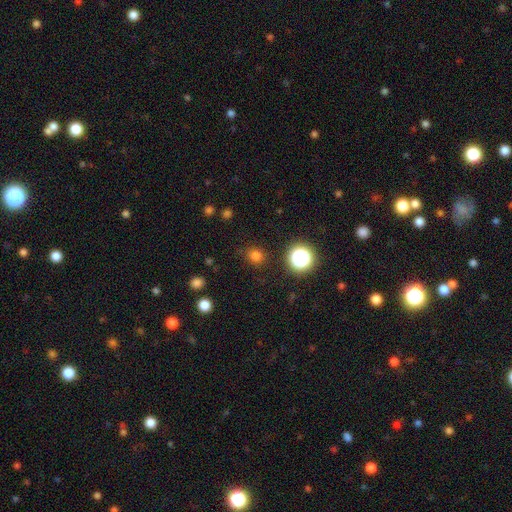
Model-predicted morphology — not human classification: This is likely a smooth galaxy (77%). How rounded: clearly round (88%). Merging: clearly none (86%).